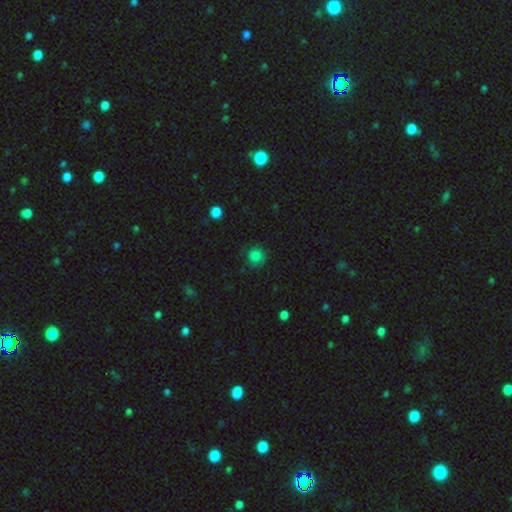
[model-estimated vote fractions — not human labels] Overall: smooth (83%). How rounded: round (90%). Merging: none (79%).